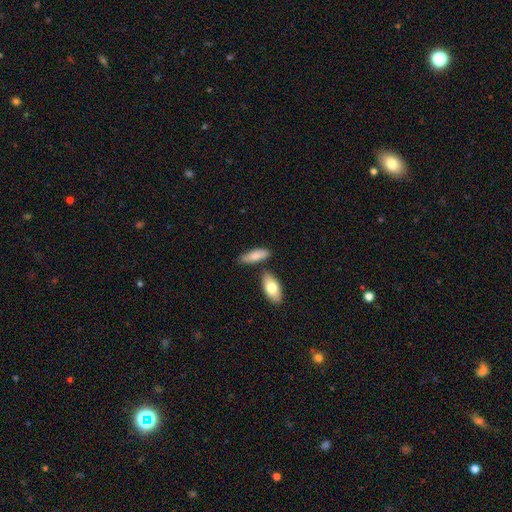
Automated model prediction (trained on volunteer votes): Morphology: type=smooth (80%); roundness=in between (64%); merging=none (69%).